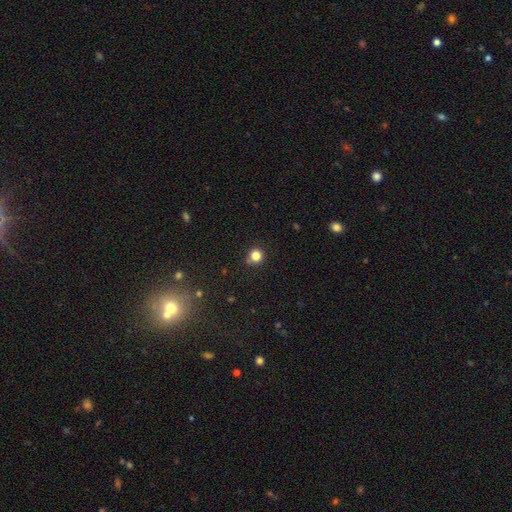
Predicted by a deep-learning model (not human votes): smooth 82%, star or artifact 14%, featured or disk 5%. Down the decision tree: how rounded — round (92%); merging — none (83%).